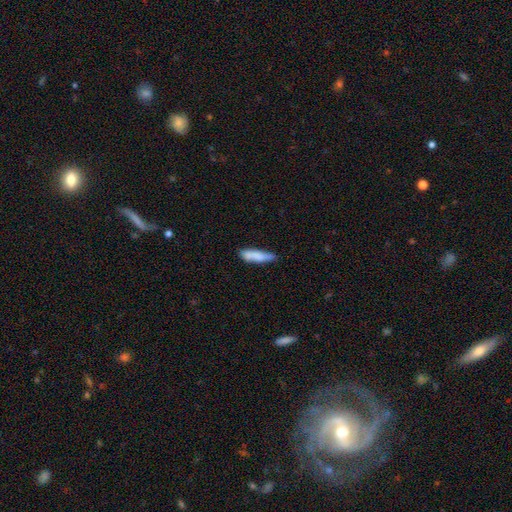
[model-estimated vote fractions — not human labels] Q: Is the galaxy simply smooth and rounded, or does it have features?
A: smooth — 80%.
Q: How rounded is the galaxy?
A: cigar-shaped — 73%.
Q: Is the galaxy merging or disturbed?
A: none — 66%.